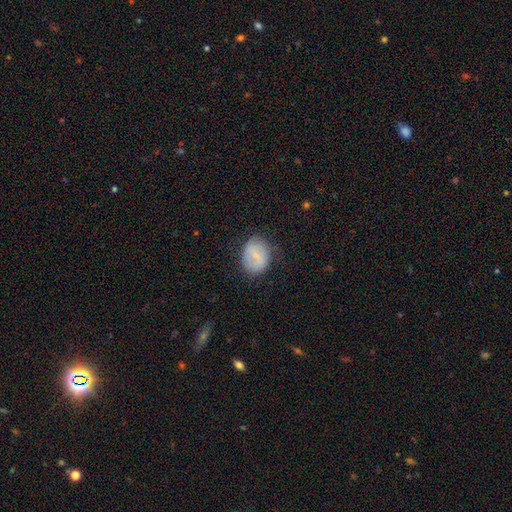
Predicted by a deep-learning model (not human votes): A smooth galaxy with no disk features (70%) that is in between round and cigar-shaped (54%).

Vote fractions:
- Smooth or featured? smooth: 70% / featured or disk: 22% / star or artifact: 8%
- How rounded? in between: 54% / round: 45% / cigar-shaped: 1%
- Merging? none: 71% / minor disturbance: 21% / major disturbance: 7% / merger: 1%